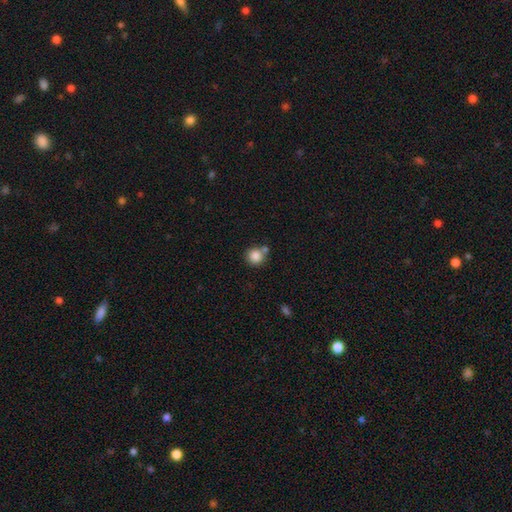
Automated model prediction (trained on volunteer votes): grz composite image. It shows a smooth galaxy with no disk features (85%) that is round (91%). Merging: none (64%).